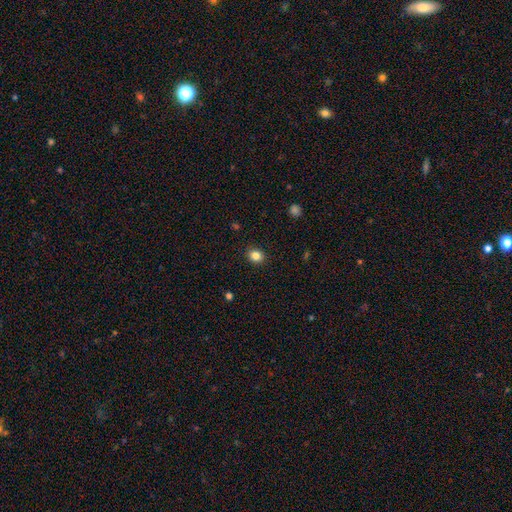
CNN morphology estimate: smooth_or_featured: smooth (p=0.84) [alt: star or artifact p=0.11]
how_rounded: round (p=0.66) [alt: in between p=0.33]
merging: none (p=0.90) [alt: minor disturbance p=0.07]